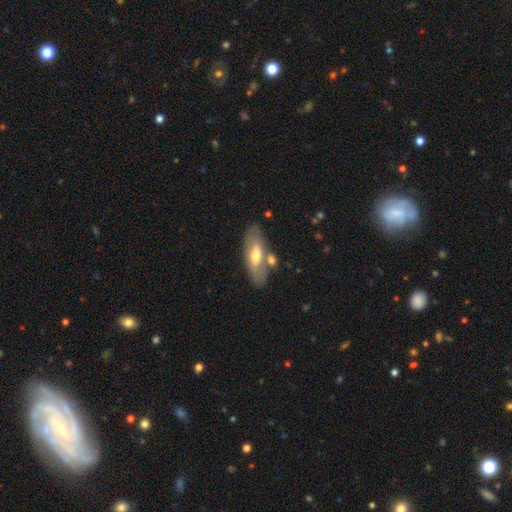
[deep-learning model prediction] A smooth galaxy with no disk features (48%).

Vote fractions:
- Smooth or featured? smooth: 48% / featured or disk: 47% / star or artifact: 6%
- Merging? none: 67% / minor disturbance: 14% / merger: 14% / major disturbance: 4%